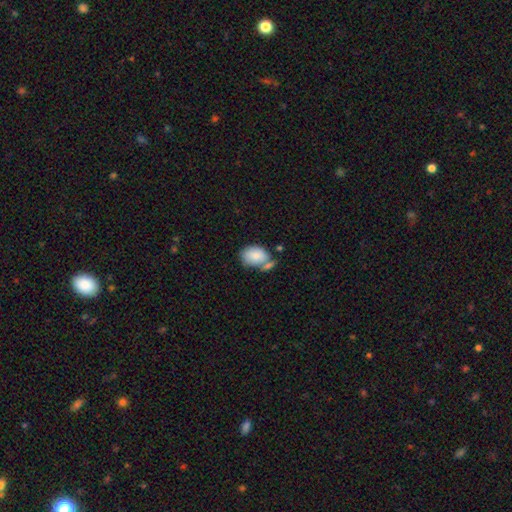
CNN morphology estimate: Smooth or featured?
  - smooth: 82% *
  - featured or disk: 11%
  - star or artifact: 7%
How rounded?
  - in between: 83% *
  - round: 16%
  - cigar-shaped: 1%
Merging?
  - none: 45% *
  - merger: 27%
  - minor disturbance: 20%
  - major disturbance: 8%